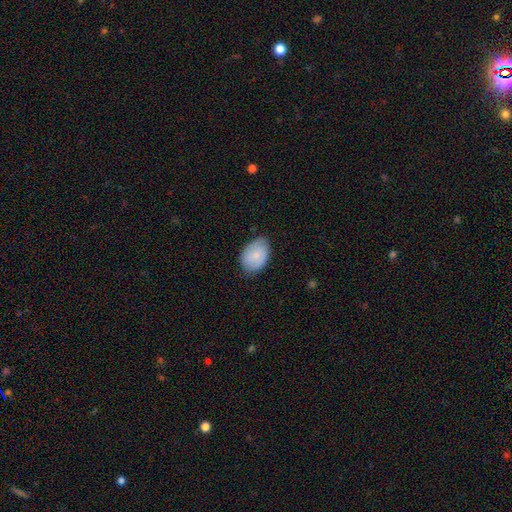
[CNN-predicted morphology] Smooth or featured? Predicted: smooth (p=0.77). How rounded? Predicted: in between (p=0.84). Merging? Predicted: none (p=0.72).